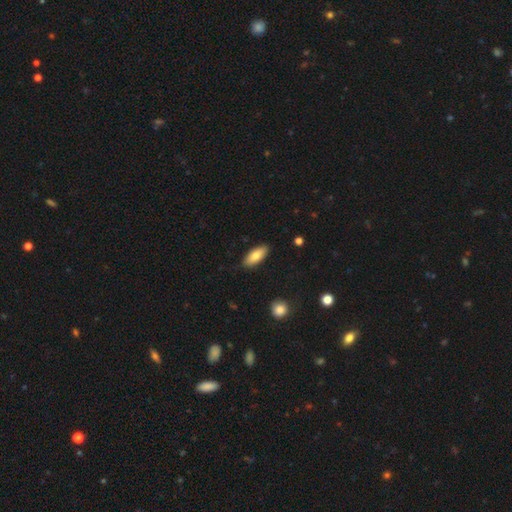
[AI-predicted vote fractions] A smooth galaxy with no disk features (79%) that is in between round and cigar-shaped (81%). Merging: none (87%).